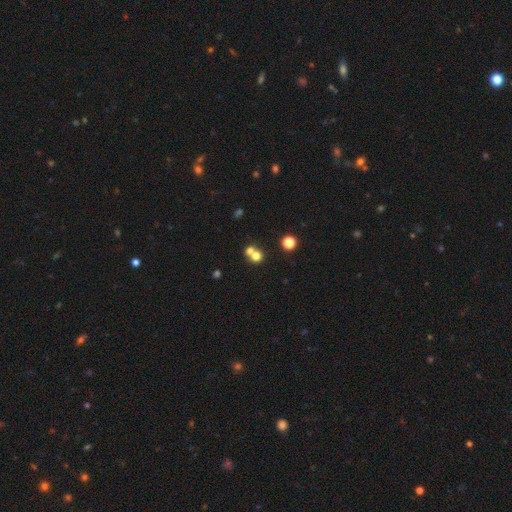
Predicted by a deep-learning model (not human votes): Overall: smooth (70%). How rounded: round (84%). Merging: merger (49%; none 43%).